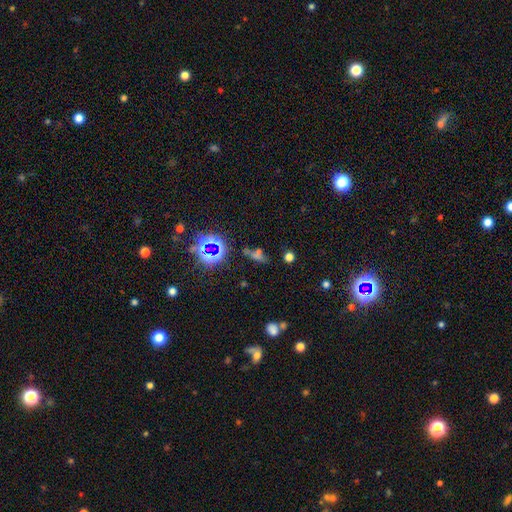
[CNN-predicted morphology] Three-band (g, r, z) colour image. It shows a star or artifact, not a galaxy (53%).